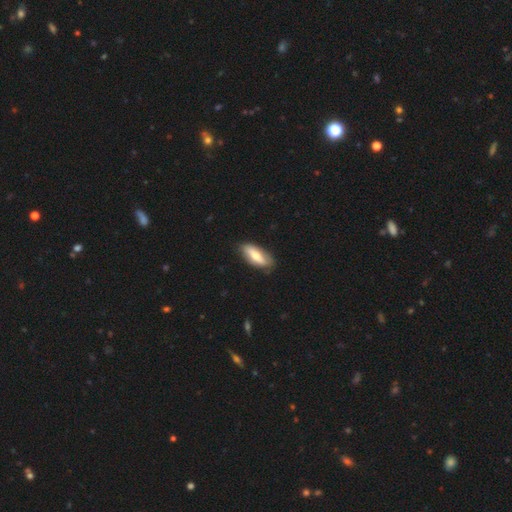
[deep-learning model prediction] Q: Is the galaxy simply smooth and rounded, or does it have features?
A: smooth — 56%.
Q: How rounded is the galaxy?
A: in between — 79%.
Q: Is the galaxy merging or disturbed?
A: none — 83%.